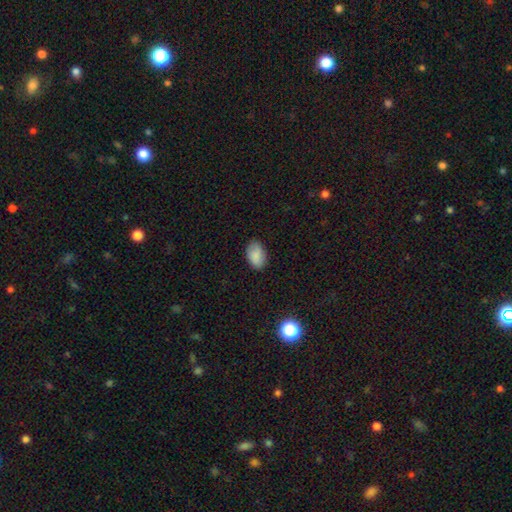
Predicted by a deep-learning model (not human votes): This appears to be a smooth galaxy with no disk features (87%) that is in between round and cigar-shaped (90%). Merging: none (83%).